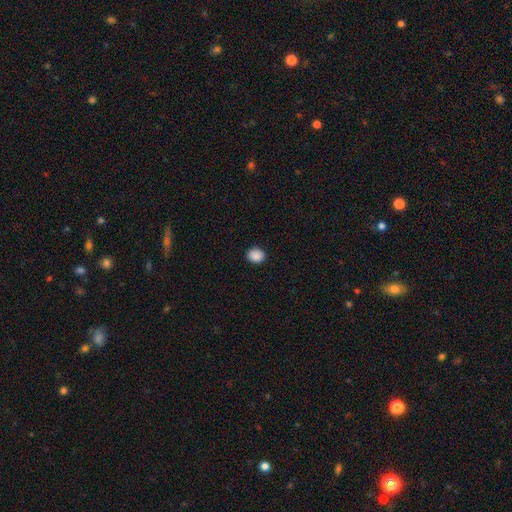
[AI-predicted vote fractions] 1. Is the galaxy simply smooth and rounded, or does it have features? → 89% smooth, 9% star or artifact, 2% featured or disk.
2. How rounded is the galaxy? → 63% round, 36% in between, 1% cigar-shaped.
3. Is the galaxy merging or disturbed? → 90% none, 7% minor disturbance, 2% major disturbance, 1% merger.